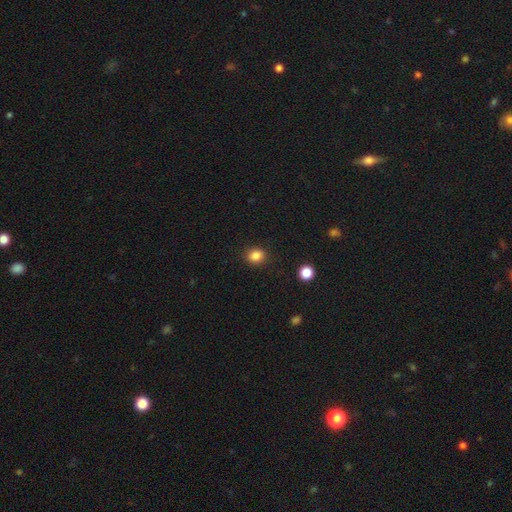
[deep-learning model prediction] smooth 85%, star or artifact 11%, featured or disk 4%. Down the decision tree: how rounded — round (68%); merging — none (89%).